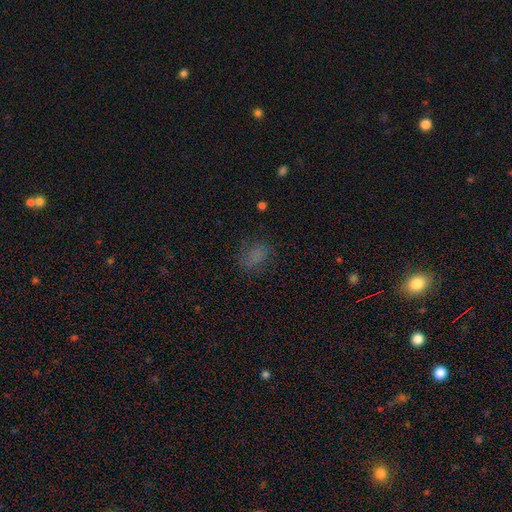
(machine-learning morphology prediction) smooth 69%, star or artifact 19%, featured or disk 12%. Down the decision tree: how rounded — in between (66%); merging — none (67%).